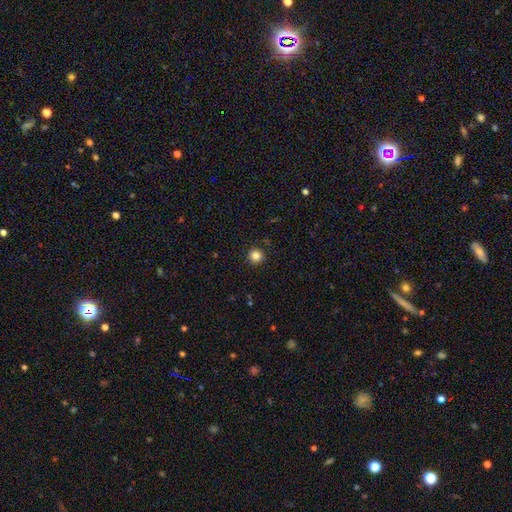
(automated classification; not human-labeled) A smooth galaxy with no disk features (84%) that is round (95%). Merging: none (92%).